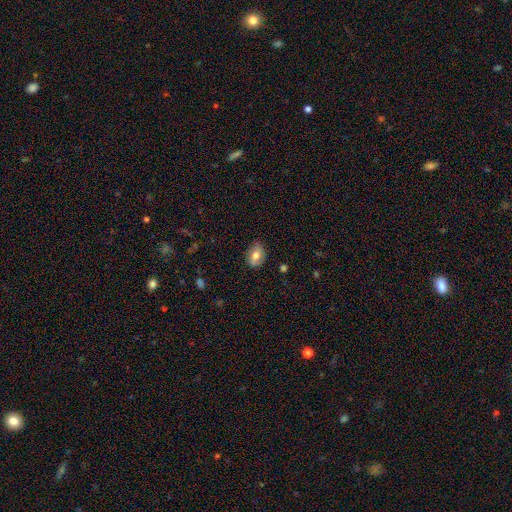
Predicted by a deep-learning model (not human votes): Smooth or featured? smooth (66%)
How rounded? in between (73%)
Merging? none (76%)